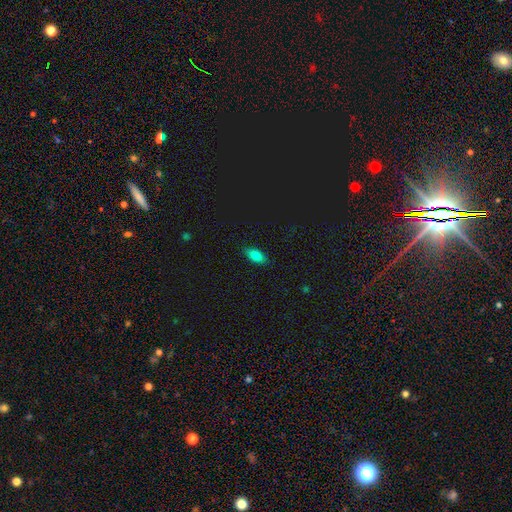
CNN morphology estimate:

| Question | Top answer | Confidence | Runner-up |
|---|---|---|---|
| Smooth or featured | smooth | 80% | star or artifact (11%) |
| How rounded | in between | 88% | cigar-shaped (8%) |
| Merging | none | 85% | minor disturbance (12%) |